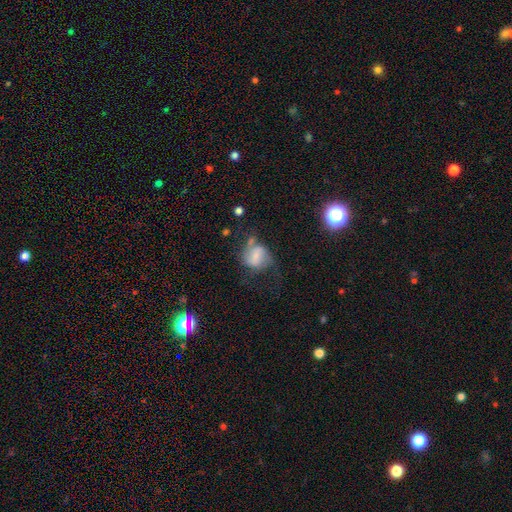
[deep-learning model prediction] smooth-or-featured: smooth: 46% | featured or disk: 44% | star or artifact: 10%
  merging: none: 36% | major disturbance: 30% | minor disturbance: 25% | merger: 10%